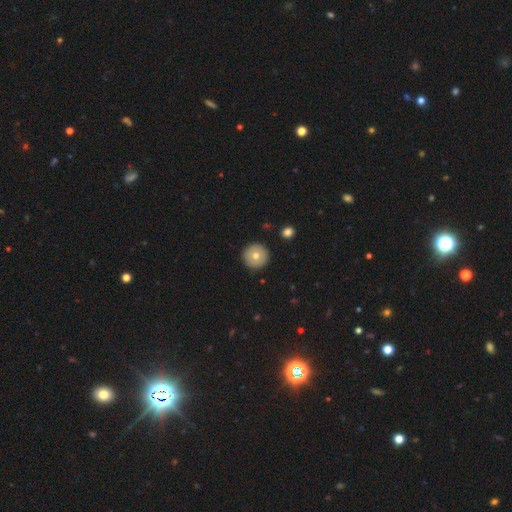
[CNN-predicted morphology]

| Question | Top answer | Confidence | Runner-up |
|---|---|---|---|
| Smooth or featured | smooth | 71% | featured or disk (21%) |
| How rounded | round | 96% | in between (3%) |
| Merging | none | 92% | minor disturbance (5%) |